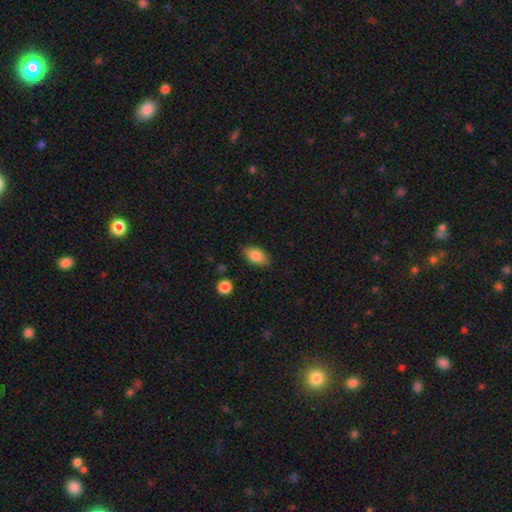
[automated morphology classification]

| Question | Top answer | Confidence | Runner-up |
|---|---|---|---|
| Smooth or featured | smooth | 84% | featured or disk (9%) |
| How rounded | in between | 90% | round (7%) |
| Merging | none | 85% | minor disturbance (11%) |